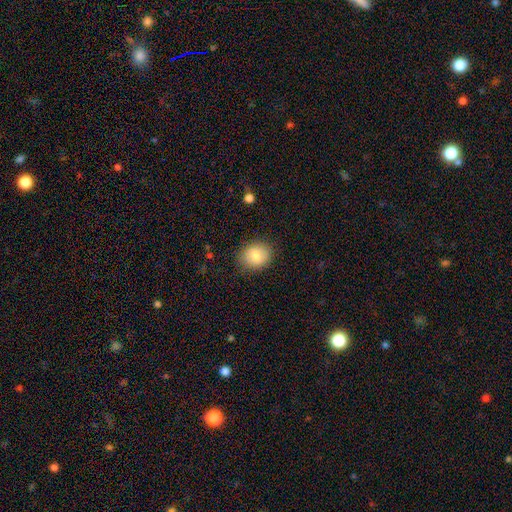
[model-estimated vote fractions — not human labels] This appears to be a smooth galaxy with no disk features (79%) that is round (56%). Merging: none (85%).